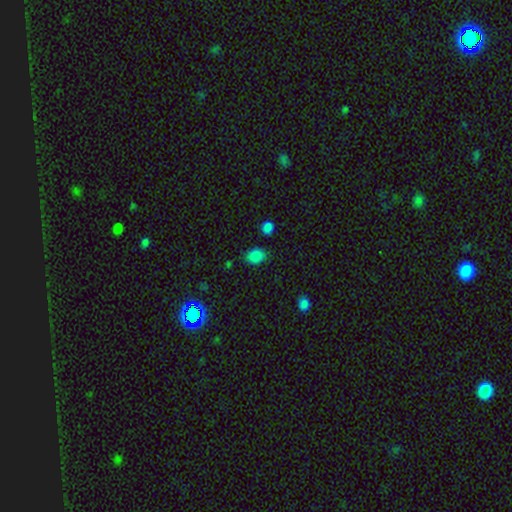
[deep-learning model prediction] smooth 83%, star or artifact 12%, featured or disk 4%. Down the decision tree: how rounded — in between (65%); merging — none (78%).